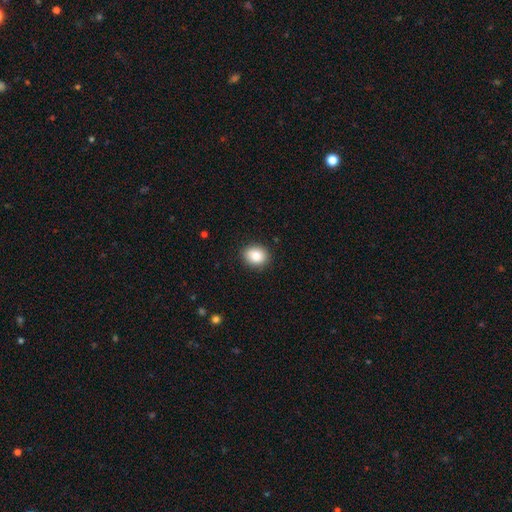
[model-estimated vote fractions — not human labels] Overall: smooth (85%). How rounded: round (59%; in between 40%). Merging: none (89%).